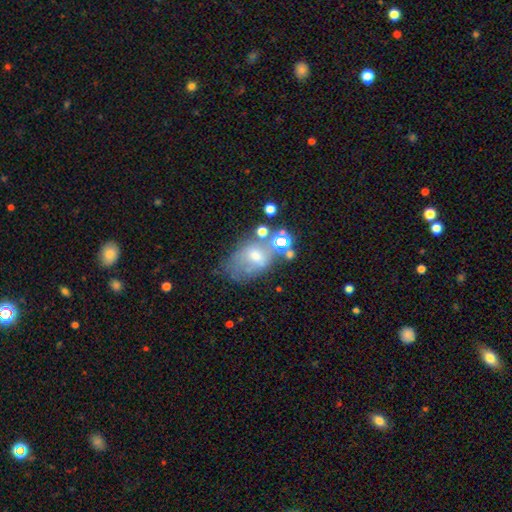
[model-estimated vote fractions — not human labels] smooth-or-featured: smooth: 43% | featured or disk: 39% | star or artifact: 18%
  merging: none: 37% | minor disturbance: 23% | major disturbance: 22% | merger: 19%